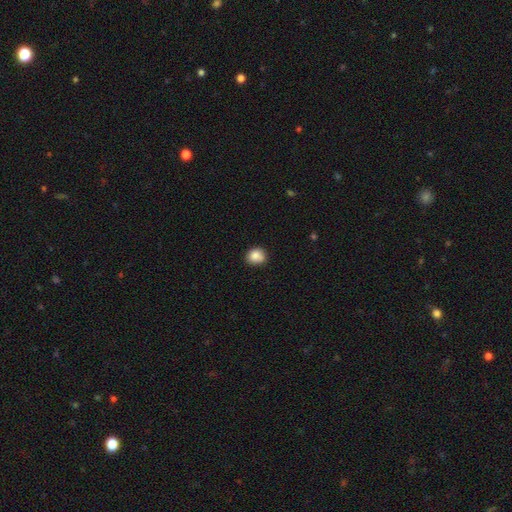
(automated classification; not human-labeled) This is clearly a smooth galaxy (84%). How rounded: likely round (75%). Merging: likely none (72%).